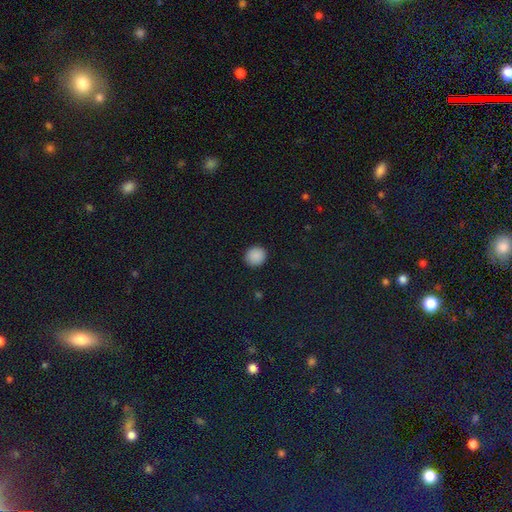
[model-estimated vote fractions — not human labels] smooth-or-featured: smooth: 89% | star or artifact: 9% | featured or disk: 3%
  how-rounded: round: 88% | in between: 11% | cigar-shaped: 1%
  merging: none: 91% | minor disturbance: 6% | major disturbance: 2% | merger: 1%